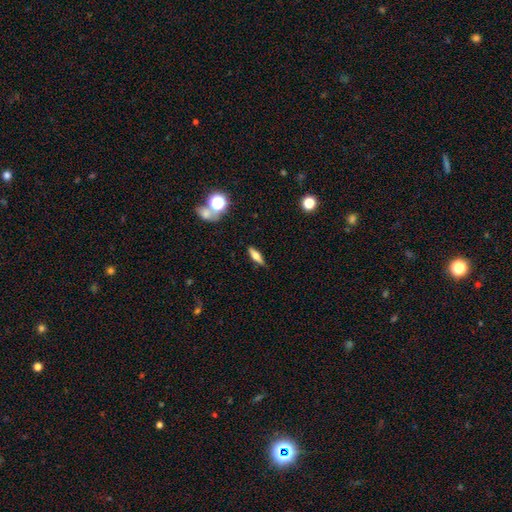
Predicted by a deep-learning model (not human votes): A smooth galaxy with no disk features (50%) that is cigar-shaped (51%). Merging: none (84%).